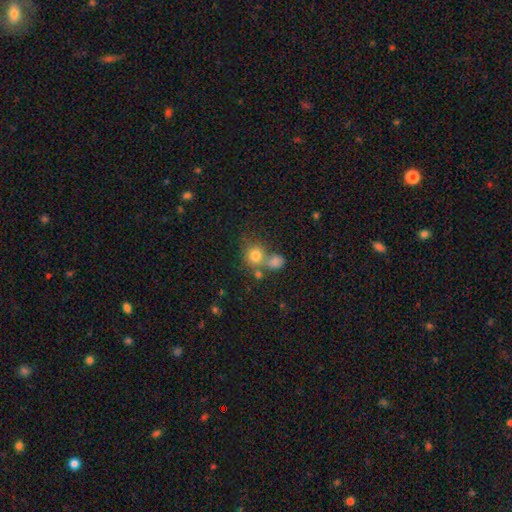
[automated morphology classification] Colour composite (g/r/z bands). It shows a smooth galaxy with no disk features (77%) that is round (82%). Merging: none (47%).